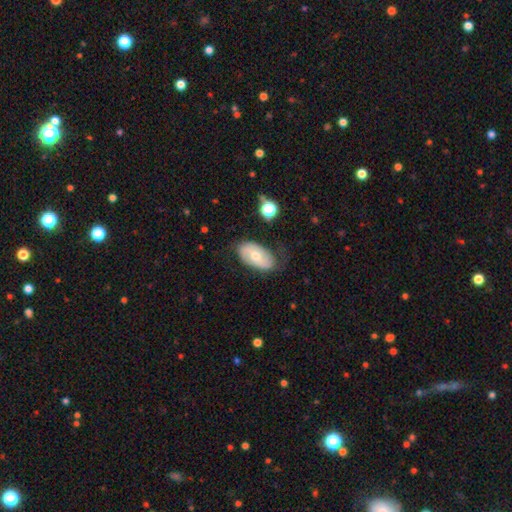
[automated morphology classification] Smooth or featured: smooth — 46% (tied with featured or disk — 46%)
Merging: none — 64% (minor disturbance — 25%)